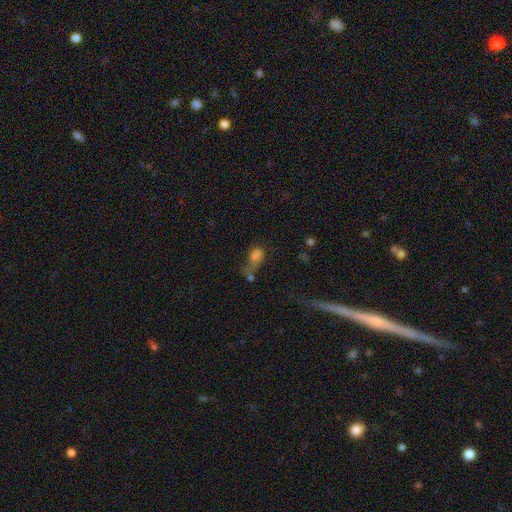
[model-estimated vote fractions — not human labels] This appears to be a smooth galaxy with no disk features (69%) that is in between round and cigar-shaped (73%). Merging: major disturbance (31%).